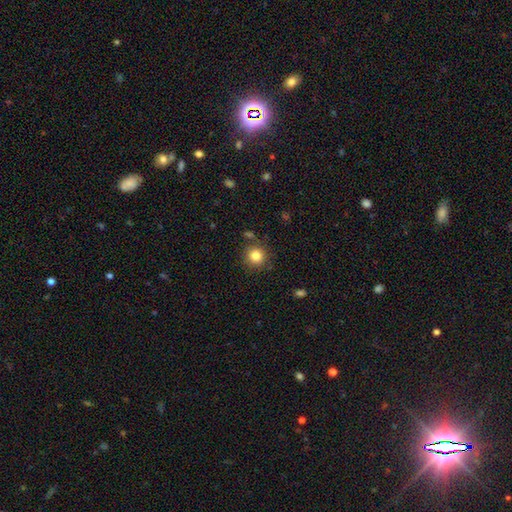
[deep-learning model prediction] Q: Smooth or featured?
A: smooth (83%); runner-up: star or artifact (11%)
Q: How rounded?
A: round (93%); runner-up: in between (6%)
Q: Merging?
A: none (84%); runner-up: minor disturbance (9%)